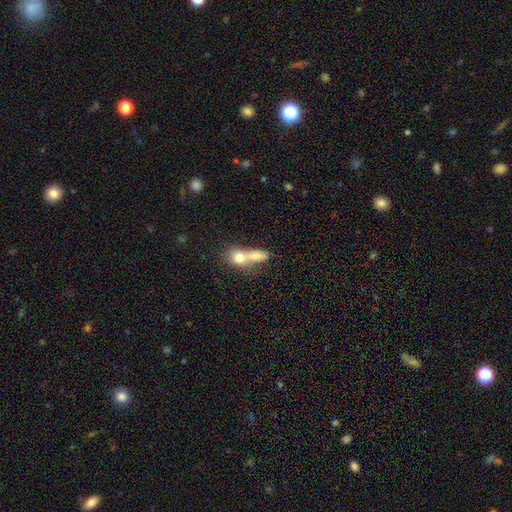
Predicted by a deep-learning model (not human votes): Smooth or featured? smooth (73%)
How rounded? in between (55%)
Merging? merger (73%)